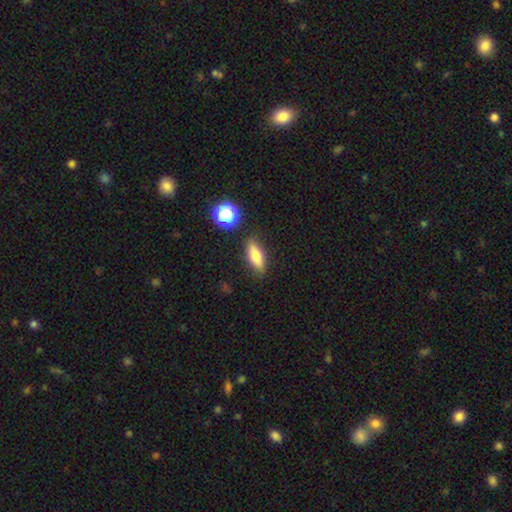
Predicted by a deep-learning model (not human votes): The model was most divided on "how rounded": in between: 56%, cigar-shaped: 39%, round: 5%. More confident: merging — none (85%); smooth or featured — smooth (67%).